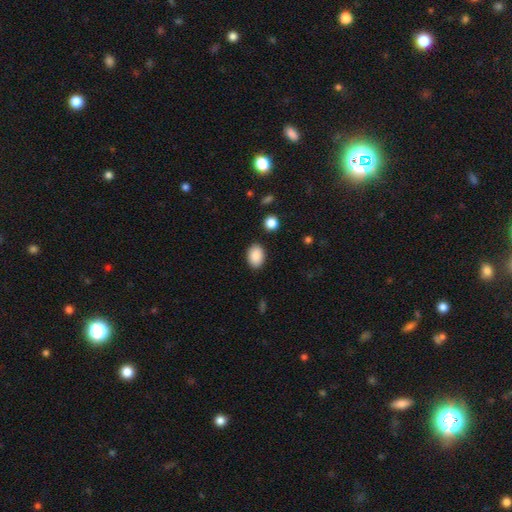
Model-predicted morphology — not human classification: smooth 89%, star or artifact 7%, featured or disk 4%. Down the decision tree: how rounded — in between (83%); merging — none (87%).